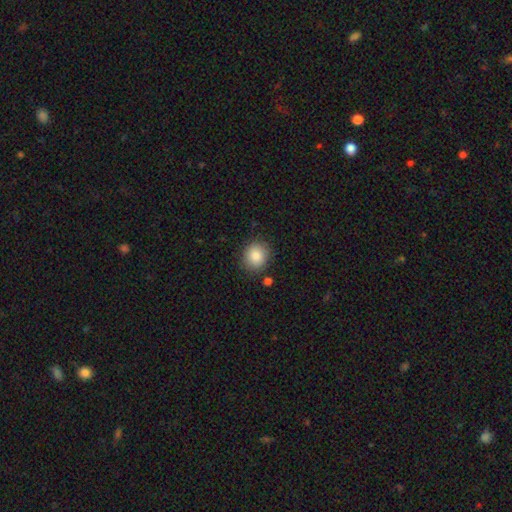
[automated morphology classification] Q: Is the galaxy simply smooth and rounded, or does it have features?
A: smooth — 87%.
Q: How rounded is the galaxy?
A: round — 80%.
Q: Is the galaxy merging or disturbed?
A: none — 85%.